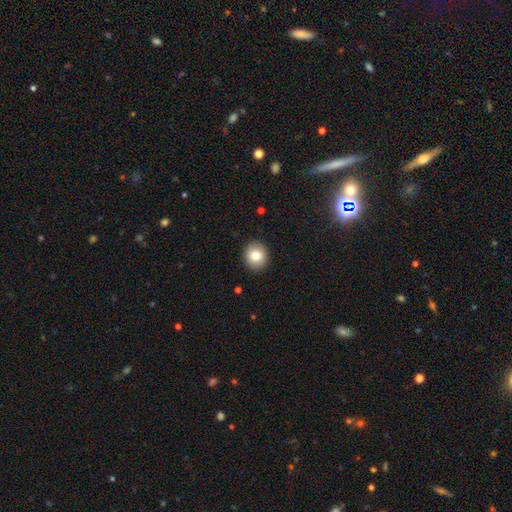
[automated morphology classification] smooth-or-featured: smooth: 80% | featured or disk: 11% | star or artifact: 9%
  how-rounded: round: 80% | in between: 19% | cigar-shaped: 1%
  merging: none: 91% | minor disturbance: 6% | major disturbance: 2% | merger: 1%